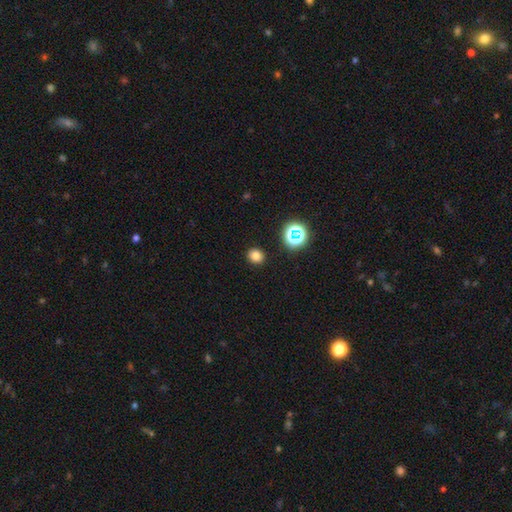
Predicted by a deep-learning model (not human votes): Smooth or featured? Predicted: smooth (p=0.78). How rounded? Predicted: round (p=0.77). Merging? Predicted: none (p=0.90).